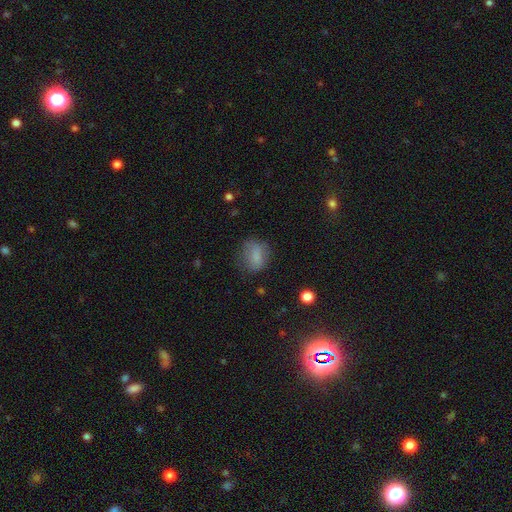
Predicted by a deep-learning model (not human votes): Smooth or featured? Predicted: smooth (p=0.79). How rounded? Predicted: in between (p=0.58). Merging? Predicted: none (p=0.69).